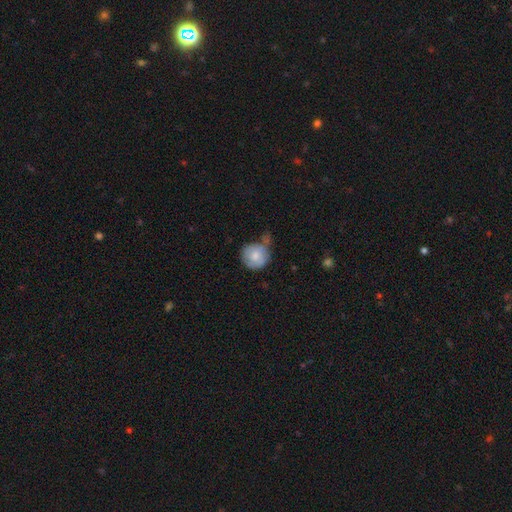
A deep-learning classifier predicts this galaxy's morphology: Smooth or featured? Predicted: smooth (p=0.70). How rounded? Predicted: round (p=0.89). Merging? Predicted: none (p=0.52).